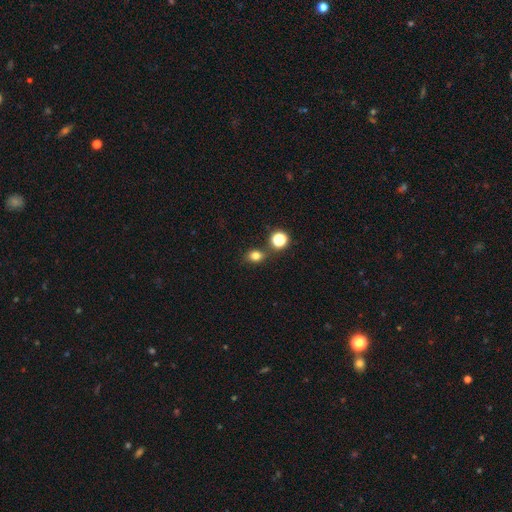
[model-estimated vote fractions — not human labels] This is likely a smooth galaxy (78%). How rounded: possibly round (50%). Merging: likely none (75%).